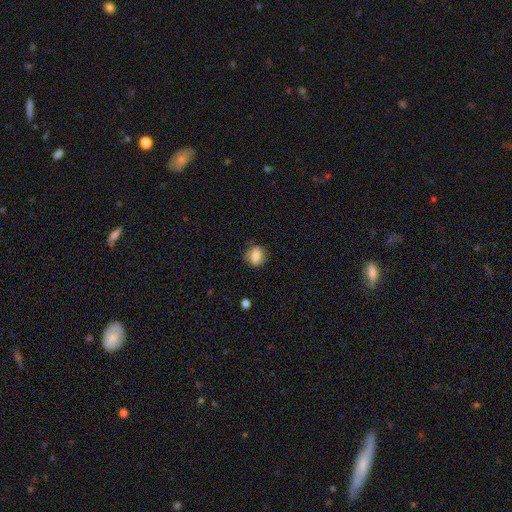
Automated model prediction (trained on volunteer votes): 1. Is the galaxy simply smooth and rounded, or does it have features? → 70% smooth, 21% featured or disk, 9% star or artifact.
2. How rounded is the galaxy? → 50% round, 47% in between, 2% cigar-shaped.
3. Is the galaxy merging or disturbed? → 75% none, 18% minor disturbance, 6% major disturbance, 1% merger.